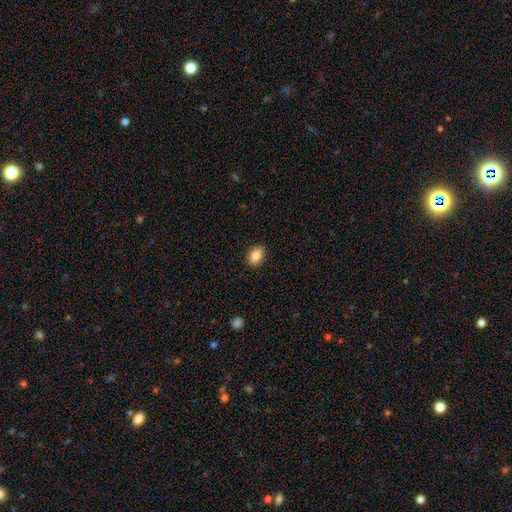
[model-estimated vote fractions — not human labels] smooth_or_featured: smooth (p=0.87) [alt: star or artifact p=0.08]
how_rounded: in between (p=0.86) [alt: round p=0.12]
merging: none (p=0.90) [alt: minor disturbance p=0.08]